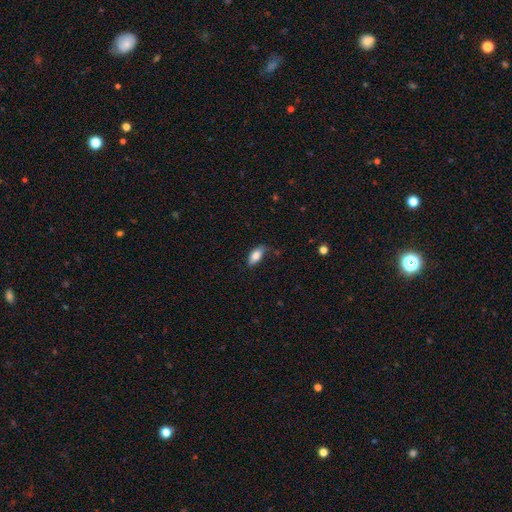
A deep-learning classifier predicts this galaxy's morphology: Overall: smooth (82%). How rounded: in between (88%). Merging: none (69%).